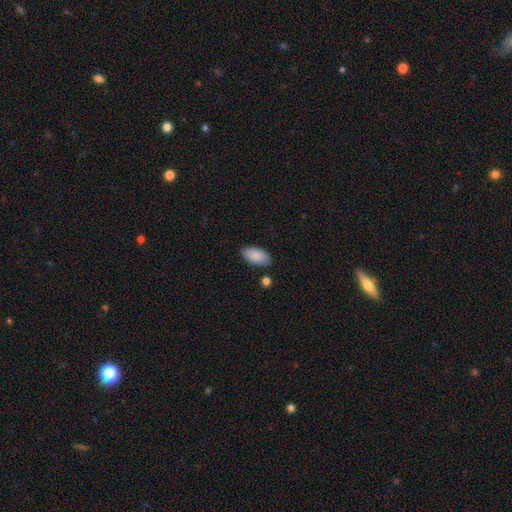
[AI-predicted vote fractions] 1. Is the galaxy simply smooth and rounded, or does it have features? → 88% smooth, 6% star or artifact, 6% featured or disk.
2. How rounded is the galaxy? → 94% in between, 3% cigar-shaped, 2% round.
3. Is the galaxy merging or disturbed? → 83% none, 11% minor disturbance, 3% merger, 2% major disturbance.